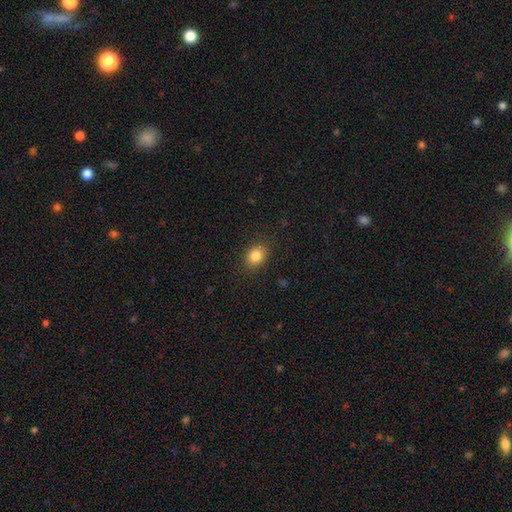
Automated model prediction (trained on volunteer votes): smooth 84%, star or artifact 10%, featured or disk 6%. Down the decision tree: how rounded — round (50%); merging — none (85%).